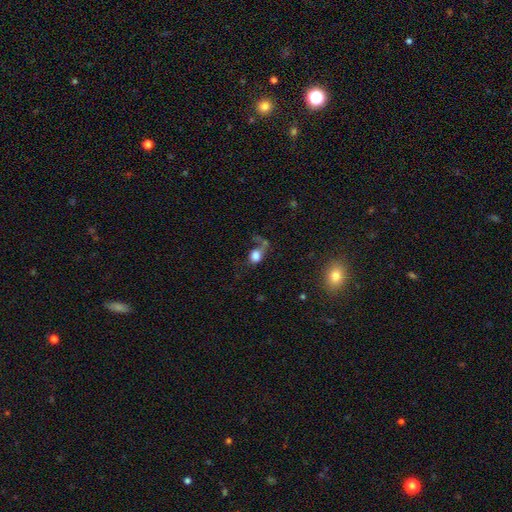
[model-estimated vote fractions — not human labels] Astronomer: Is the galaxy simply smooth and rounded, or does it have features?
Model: smooth — 72%.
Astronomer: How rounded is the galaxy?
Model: round — 50% (runner-up: in between, 48%).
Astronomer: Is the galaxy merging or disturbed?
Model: major disturbance — 35% (runner-up: none, 32%).